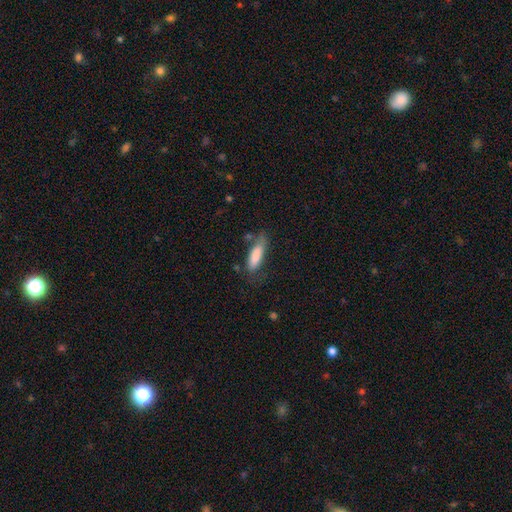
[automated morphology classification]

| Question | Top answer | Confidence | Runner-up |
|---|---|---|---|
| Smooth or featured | smooth | 83% | featured or disk (11%) |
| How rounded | cigar-shaped | 53% | in between (45%) |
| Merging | none | 62% | minor disturbance (25%) |